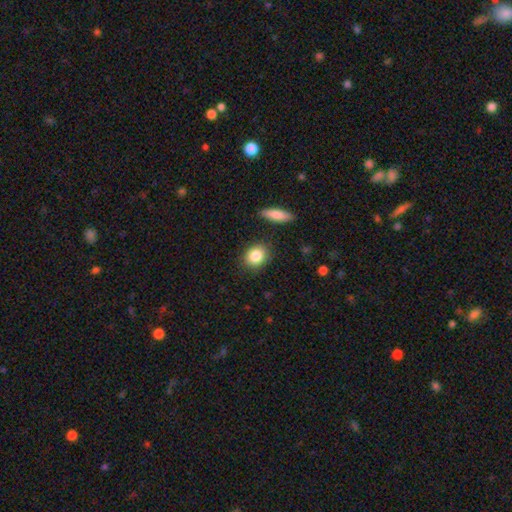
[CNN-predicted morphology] This is clearly a smooth galaxy (84%). How rounded: possibly round (59%). Merging: clearly none (86%).